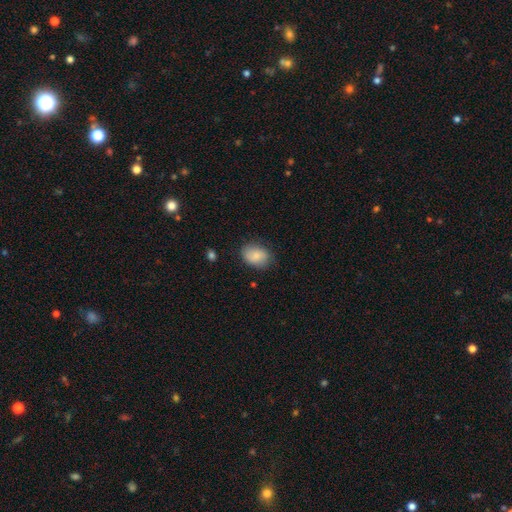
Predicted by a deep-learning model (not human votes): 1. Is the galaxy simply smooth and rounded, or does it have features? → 83% smooth, 10% featured or disk, 7% star or artifact.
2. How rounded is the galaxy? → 71% in between, 28% round, 1% cigar-shaped.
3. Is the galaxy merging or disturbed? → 77% none, 18% minor disturbance, 4% major disturbance, 1% merger.